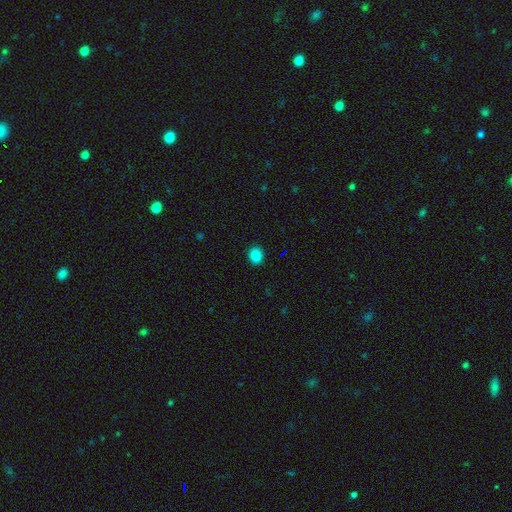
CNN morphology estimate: This appears to be a smooth galaxy with no disk features (86%) that is round (61%). Merging: none (90%).